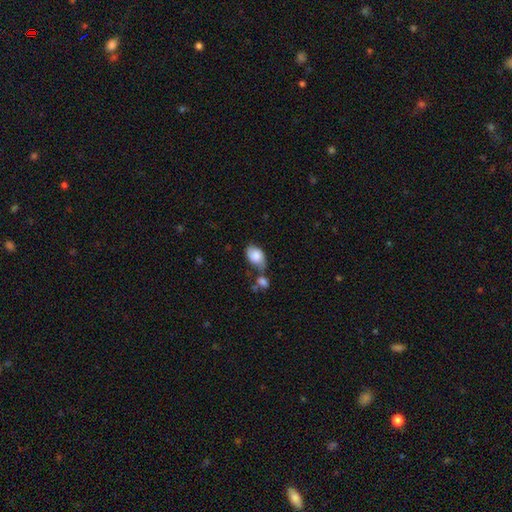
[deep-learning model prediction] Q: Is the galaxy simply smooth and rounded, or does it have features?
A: smooth — 73%.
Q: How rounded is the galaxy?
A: in between — 87%.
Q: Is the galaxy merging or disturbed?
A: none — 38%.